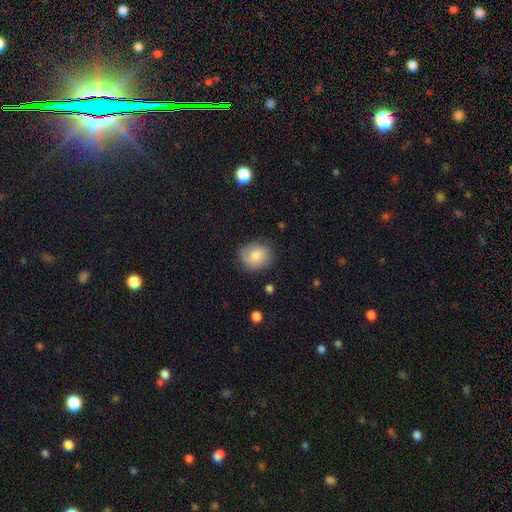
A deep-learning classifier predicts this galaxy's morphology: A smooth galaxy with no disk features (76%) that is round (73%). Merging: none (80%).